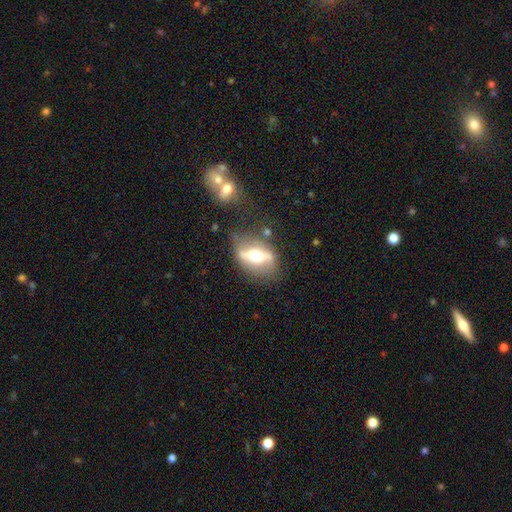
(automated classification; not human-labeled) smooth_or_featured: featured or disk (p=0.68) [alt: smooth p=0.25]
disk_edge_on: no (p=0.69) [alt: yes p=0.31]
merging: none (p=0.67) [alt: minor disturbance p=0.18]